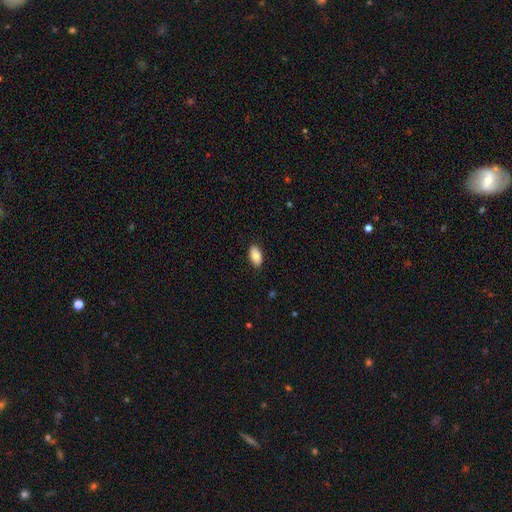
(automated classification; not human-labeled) This is clearly a smooth galaxy (84%). How rounded: clearly in between (93%). Merging: clearly none (88%).